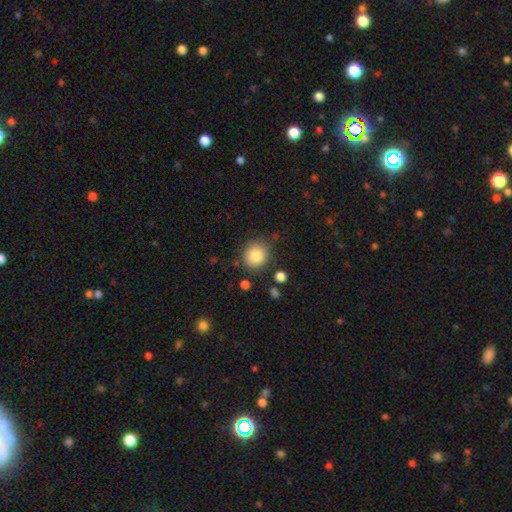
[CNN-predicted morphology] Smooth or featured?
  - smooth: 85% *
  - star or artifact: 9%
  - featured or disk: 6%
How rounded?
  - round: 84% *
  - in between: 15%
  - cigar-shaped: 1%
Merging?
  - none: 82% *
  - minor disturbance: 11%
  - major disturbance: 3%
  - merger: 3%